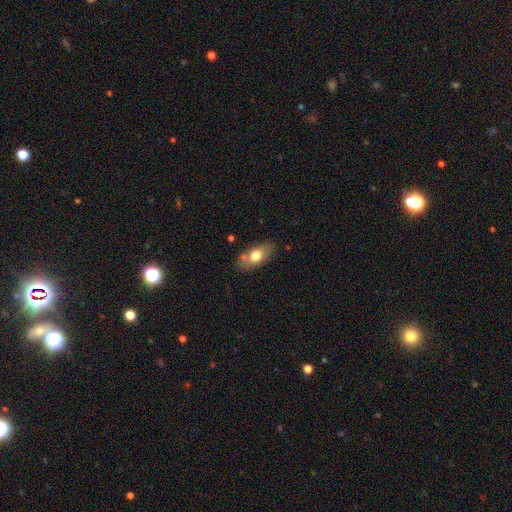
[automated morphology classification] Smooth or featured? Predicted: smooth (p=0.71). How rounded? Predicted: in between (p=0.87). Merging? Predicted: none (p=0.75).